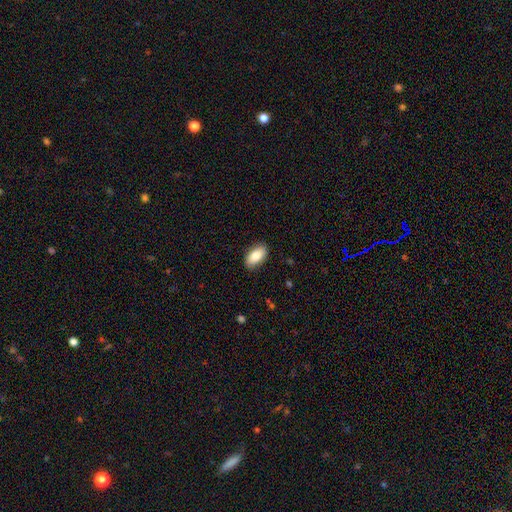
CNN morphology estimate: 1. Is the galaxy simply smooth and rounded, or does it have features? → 81% smooth, 12% featured or disk, 6% star or artifact.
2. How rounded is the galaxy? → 93% in between, 4% cigar-shaped, 4% round.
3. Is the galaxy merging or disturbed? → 87% none, 10% minor disturbance, 2% major disturbance, 1% merger.